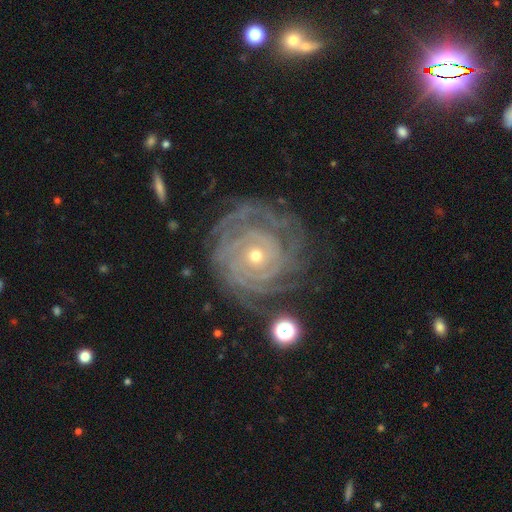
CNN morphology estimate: Smooth or featured? Predicted: featured or disk (p=0.88). Edge-on disk? Predicted: no (p=0.97). Bar? Predicted: no (p=0.80). Spiral arms? Predicted: yes (p=0.97). Spiral winding? Predicted: tight (p=0.85). Spiral arm count? Predicted: can't tell (p=0.29). Bulge size? Predicted: small (p=0.64). Merging? Predicted: none (p=0.75).